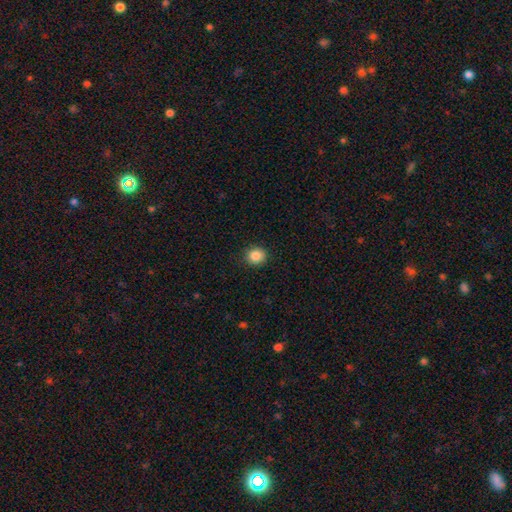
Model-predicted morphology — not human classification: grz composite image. It shows a smooth galaxy with no disk features (86%) that is round (85%). Merging: none (91%).